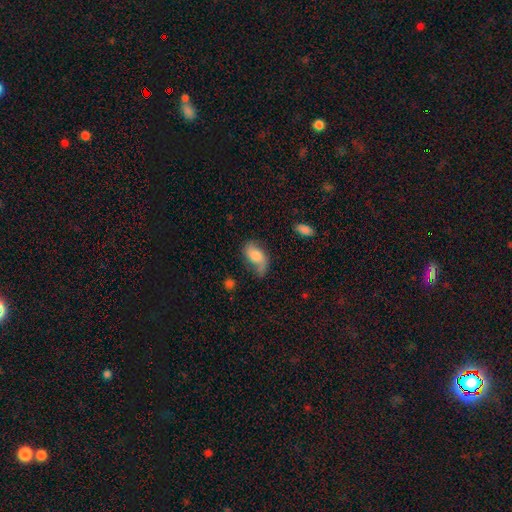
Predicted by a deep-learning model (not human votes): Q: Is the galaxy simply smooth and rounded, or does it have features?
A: smooth — 53%.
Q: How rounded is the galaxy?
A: in between — 90%.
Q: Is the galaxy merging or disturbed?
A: none — 47%.